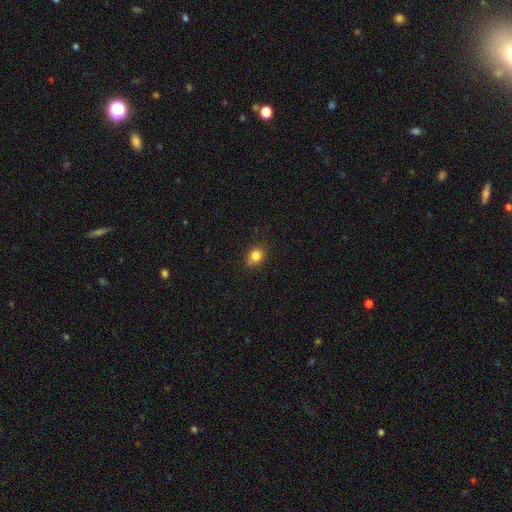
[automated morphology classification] This appears to be a smooth galaxy with no disk features (82%) that is round (63%). Merging: none (68%).